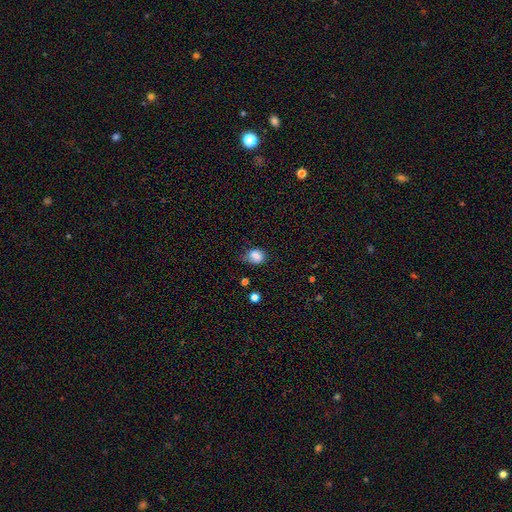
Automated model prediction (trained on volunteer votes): The model was most divided on "how rounded": round: 51%, in between: 48%, cigar-shaped: 1%. More confident: smooth or featured — smooth (83%); merging — none (55%).